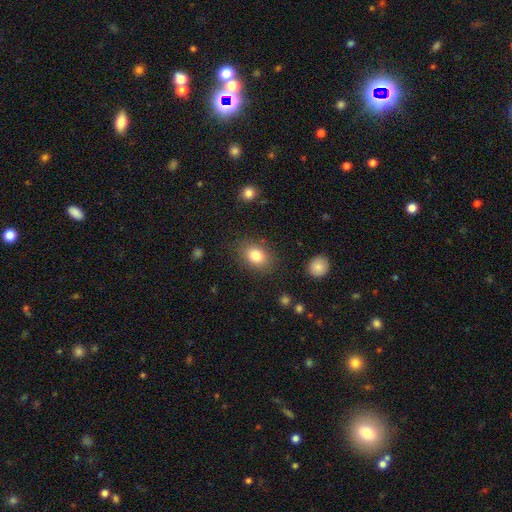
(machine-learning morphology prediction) A smooth galaxy with no disk features (82%) that is in between round and cigar-shaped (68%). Merging: none (82%).